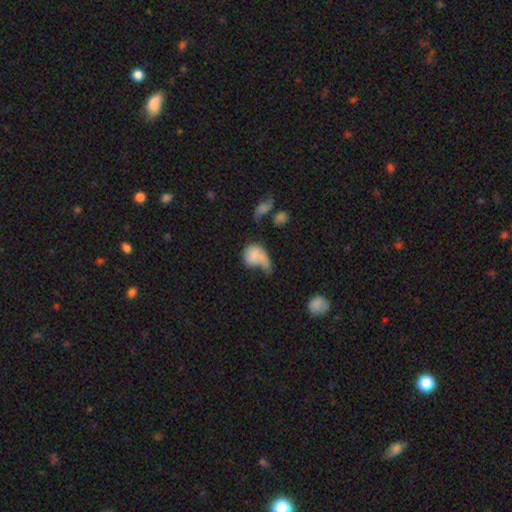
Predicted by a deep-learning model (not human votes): A smooth galaxy with no disk features (68%) that is in between round and cigar-shaped (62%). Merging: major disturbance (45%).